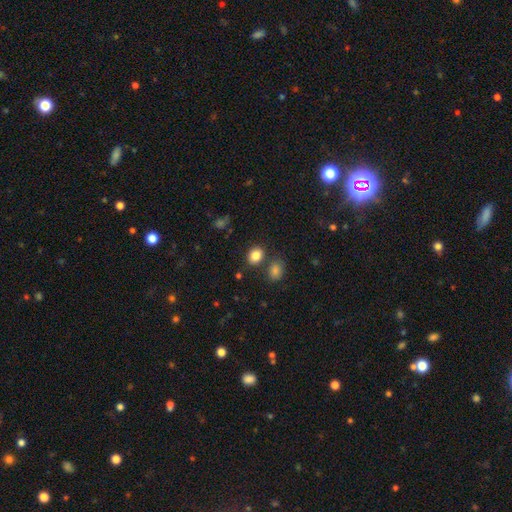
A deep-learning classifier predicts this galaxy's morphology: Overall: smooth (84%). How rounded: in between (56%; round 43%). Merging: none (75%).